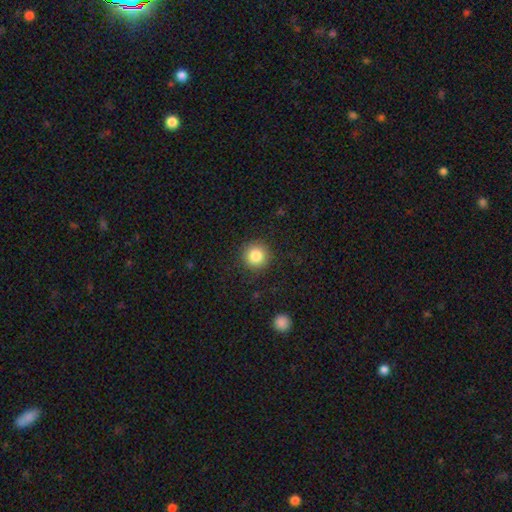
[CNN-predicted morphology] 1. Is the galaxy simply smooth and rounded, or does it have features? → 84% smooth, 10% star or artifact, 6% featured or disk.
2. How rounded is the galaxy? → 95% round, 4% in between, 1% cigar-shaped.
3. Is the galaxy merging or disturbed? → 89% none, 7% minor disturbance, 3% major disturbance, 1% merger.